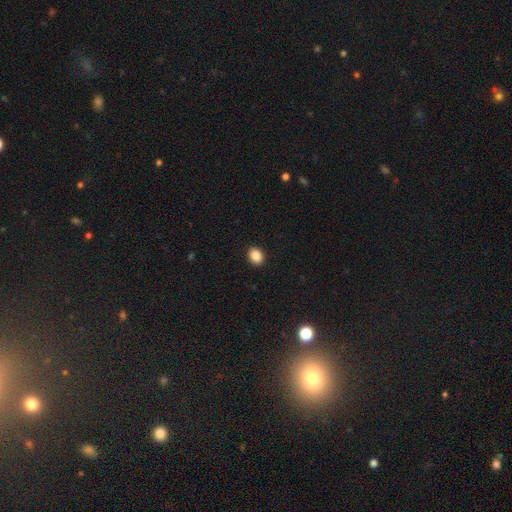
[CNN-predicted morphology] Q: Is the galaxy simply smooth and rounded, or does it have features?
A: smooth — 88%.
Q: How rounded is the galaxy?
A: in between — 53%.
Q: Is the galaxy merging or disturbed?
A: none — 92%.